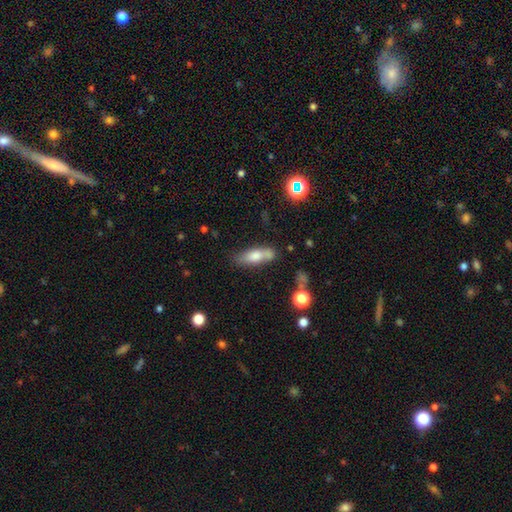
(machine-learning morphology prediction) The model was most divided on "how rounded": in between: 54%, cigar-shaped: 43%, round: 3%. More confident: smooth or featured — smooth (66%); merging — none (61%).